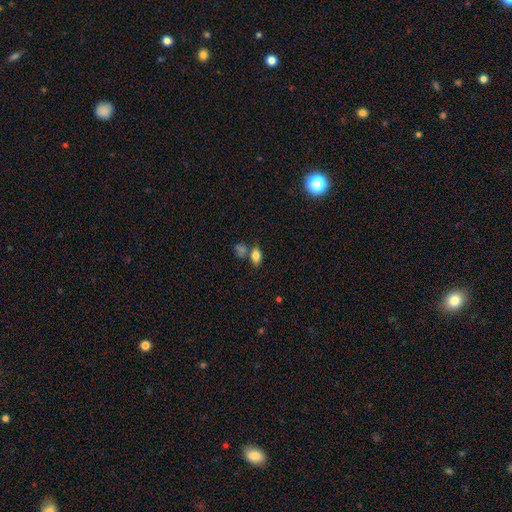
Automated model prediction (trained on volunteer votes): This appears to be a smooth galaxy with no disk features (79%) that is in between round and cigar-shaped (85%). Merging: none (60%).